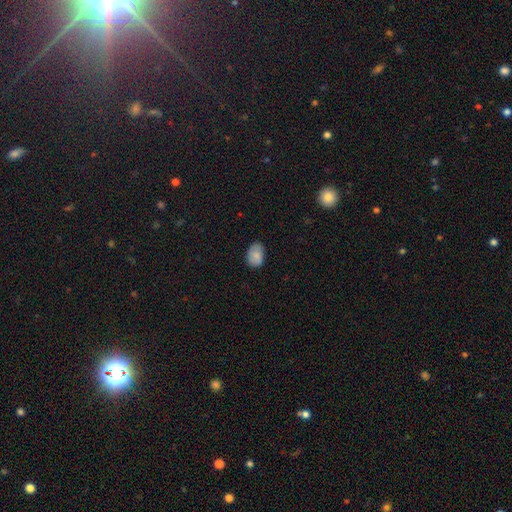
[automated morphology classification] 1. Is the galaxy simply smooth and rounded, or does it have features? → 83% smooth, 9% featured or disk, 8% star or artifact.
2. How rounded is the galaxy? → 80% in between, 19% round, 1% cigar-shaped.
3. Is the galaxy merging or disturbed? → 74% none, 21% minor disturbance, 4% major disturbance, 1% merger.